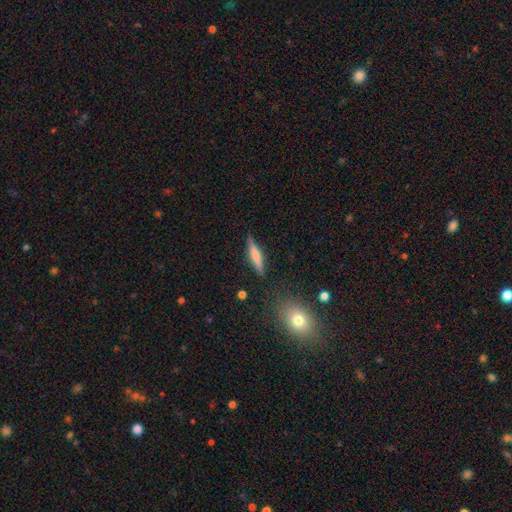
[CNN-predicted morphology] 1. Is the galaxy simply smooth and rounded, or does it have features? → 59% smooth, 34% featured or disk, 7% star or artifact.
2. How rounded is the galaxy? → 85% cigar-shaped, 13% in between, 2% round.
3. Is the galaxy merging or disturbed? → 83% none, 12% minor disturbance, 3% major disturbance, 2% merger.